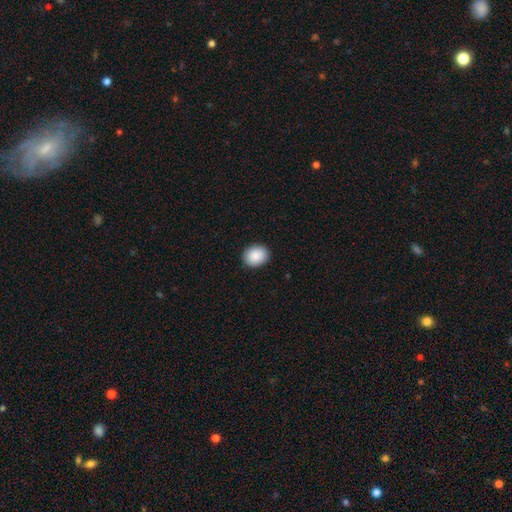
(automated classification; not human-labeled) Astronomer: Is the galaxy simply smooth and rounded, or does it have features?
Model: smooth — 90%.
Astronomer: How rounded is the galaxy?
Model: round — 53% (runner-up: in between, 46%).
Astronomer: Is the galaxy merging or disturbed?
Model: none — 90%.